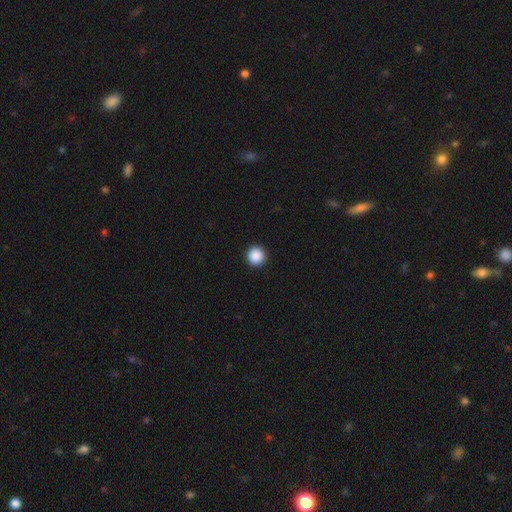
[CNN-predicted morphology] This is clearly a smooth galaxy (89%). How rounded: clearly round (96%). Merging: clearly none (93%).